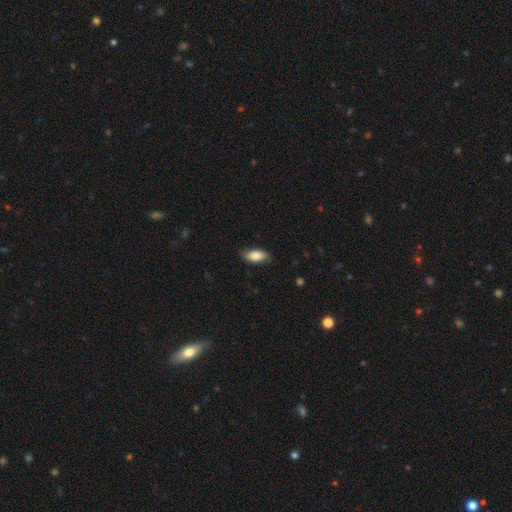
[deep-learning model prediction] A smooth galaxy with no disk features (82%) that is in between round and cigar-shaped (88%).

Vote fractions:
- Smooth or featured? smooth: 82% / featured or disk: 12% / star or artifact: 6%
- How rounded? in between: 88% / cigar-shaped: 9% / round: 3%
- Merging? none: 82% / minor disturbance: 15% / major disturbance: 3% / merger: 1%